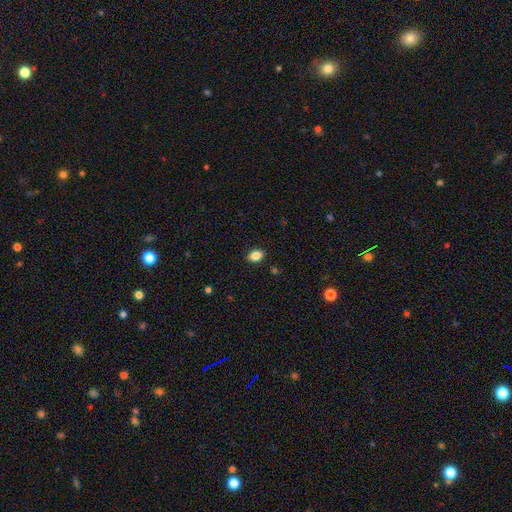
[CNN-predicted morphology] Smooth or featured? smooth (86%)
How rounded? in between (74%)
Merging? none (89%)